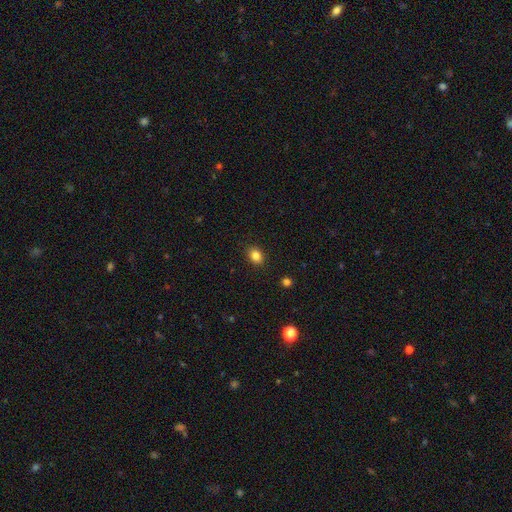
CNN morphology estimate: This is clearly a smooth galaxy (84%). How rounded: possibly in between (57%). Merging: clearly none (89%).